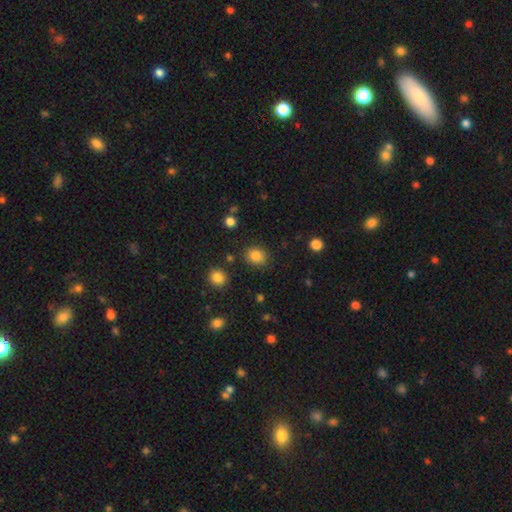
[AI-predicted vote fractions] A smooth galaxy with no disk features (85%) that is round (56%).

Vote fractions:
- Smooth or featured? smooth: 85% / star or artifact: 11% / featured or disk: 4%
- How rounded? round: 56% / in between: 43% / cigar-shaped: 1%
- Merging? none: 84% / minor disturbance: 10% / major disturbance: 3% / merger: 3%